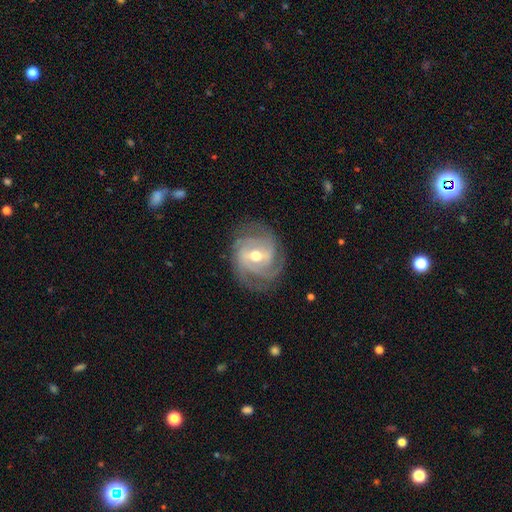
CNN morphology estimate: featured or disk 89%, smooth 6%, star or artifact 5%. Down the decision tree: edge-on disk — no (97%); bar — weak (48%); spiral arms — yes (96%); spiral arm count — 3 (41%); spiral winding — tight (59%); bulge size — moderate (69%); merging — none (78%).